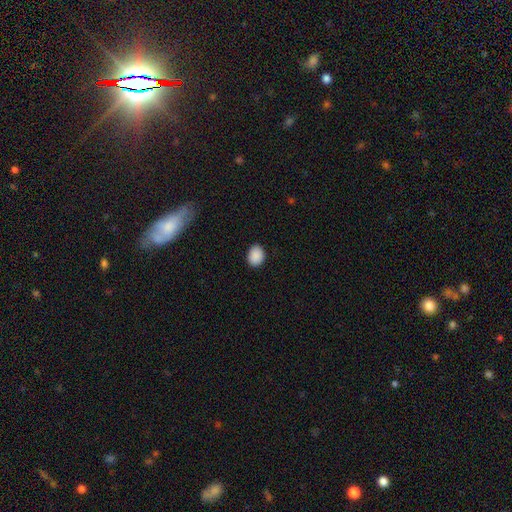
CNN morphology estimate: smooth_or_featured: smooth (p=0.89) [alt: star or artifact p=0.08]
how_rounded: in between (p=0.57) [alt: round p=0.42]
merging: none (p=0.88) [alt: minor disturbance p=0.09]